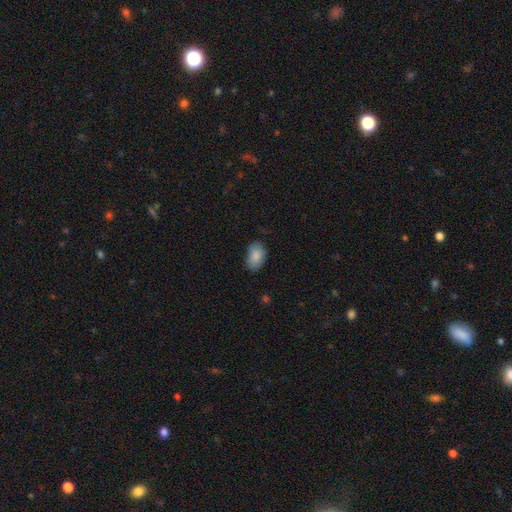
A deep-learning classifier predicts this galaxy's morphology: smooth-or-featured: smooth: 86% | featured or disk: 7% | star or artifact: 7%
  how-rounded: in between: 90% | round: 9% | cigar-shaped: 1%
  merging: none: 76% | minor disturbance: 19% | major disturbance: 4% | merger: 1%